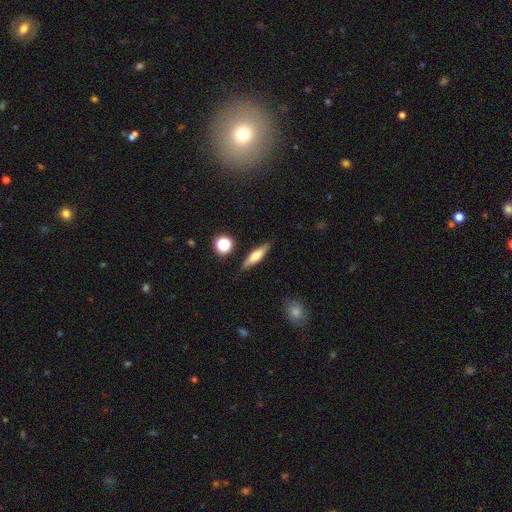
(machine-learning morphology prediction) smooth 54%, featured or disk 38%, star or artifact 8%. Down the decision tree: how rounded — cigar-shaped (68%); merging — none (84%).